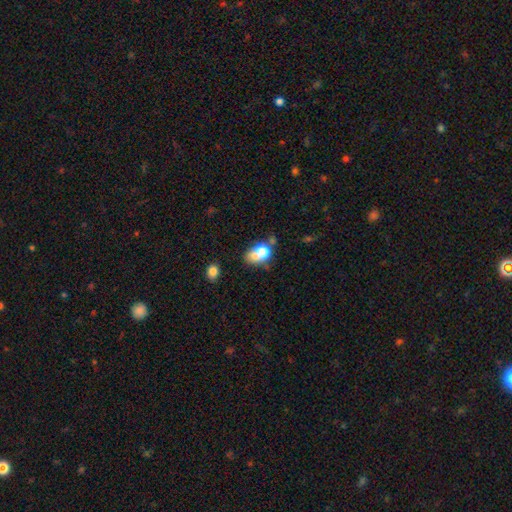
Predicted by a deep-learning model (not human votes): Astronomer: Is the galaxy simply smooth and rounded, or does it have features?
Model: smooth — 67%.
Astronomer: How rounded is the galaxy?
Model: in between — 56% (runner-up: round, 43%).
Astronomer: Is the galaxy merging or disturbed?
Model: merger — 47% (runner-up: none, 27%).